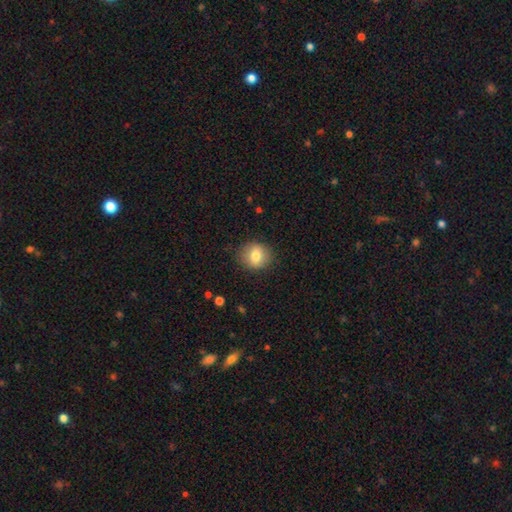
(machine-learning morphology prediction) Smooth or featured? Predicted: smooth (p=0.78). How rounded? Predicted: round (p=0.75). Merging? Predicted: none (p=0.86).